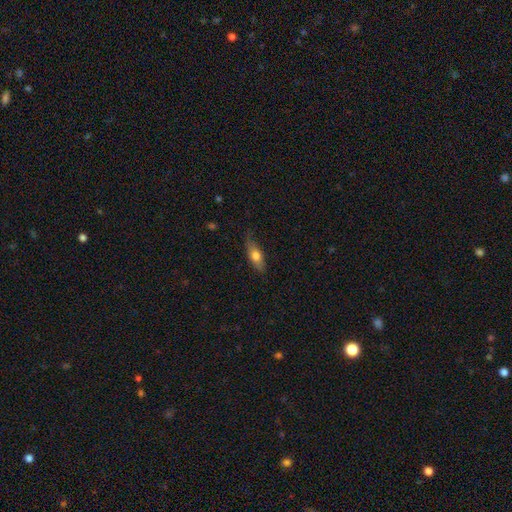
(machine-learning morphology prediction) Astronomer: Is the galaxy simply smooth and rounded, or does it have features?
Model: smooth — 66%.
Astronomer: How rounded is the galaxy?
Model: in between — 63%.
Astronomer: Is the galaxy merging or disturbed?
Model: none — 76%.